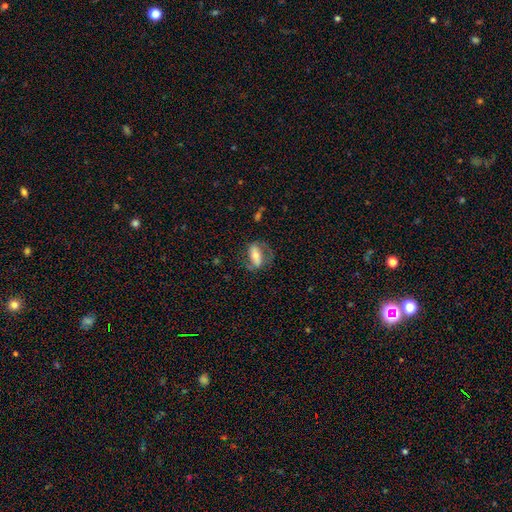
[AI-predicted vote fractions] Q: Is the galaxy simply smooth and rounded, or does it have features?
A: featured or disk — 54%.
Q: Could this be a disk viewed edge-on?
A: no — 87%.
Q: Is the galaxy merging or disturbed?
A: none — 56%.